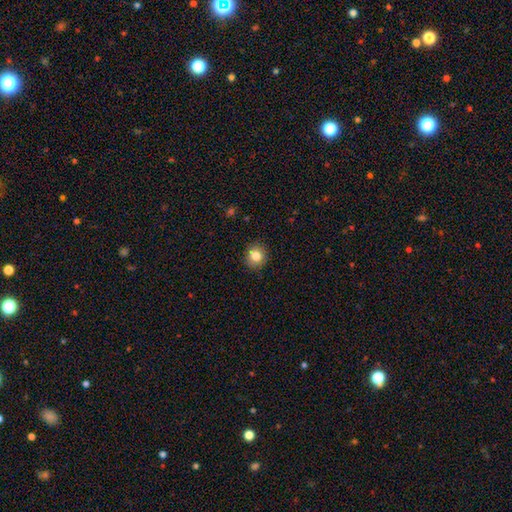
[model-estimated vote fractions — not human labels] smooth-or-featured: smooth: 82% | star or artifact: 11% | featured or disk: 7%
  how-rounded: round: 84% | in between: 15% | cigar-shaped: 1%
  merging: none: 90% | minor disturbance: 7% | major disturbance: 2% | merger: 1%